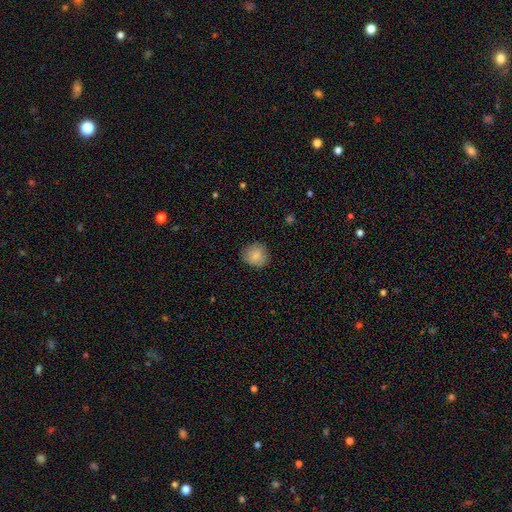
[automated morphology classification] Smooth or featured? Predicted: smooth (p=0.85). How rounded? Predicted: round (p=0.88). Merging? Predicted: none (p=0.84).